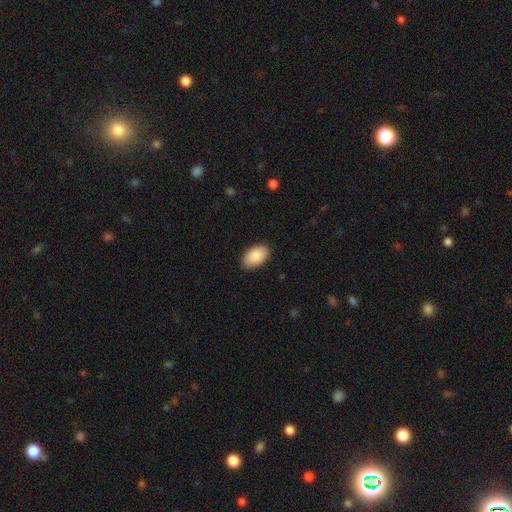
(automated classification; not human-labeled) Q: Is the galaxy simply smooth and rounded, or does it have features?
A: smooth — 88%.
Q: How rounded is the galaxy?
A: in between — 94%.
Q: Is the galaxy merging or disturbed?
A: none — 88%.